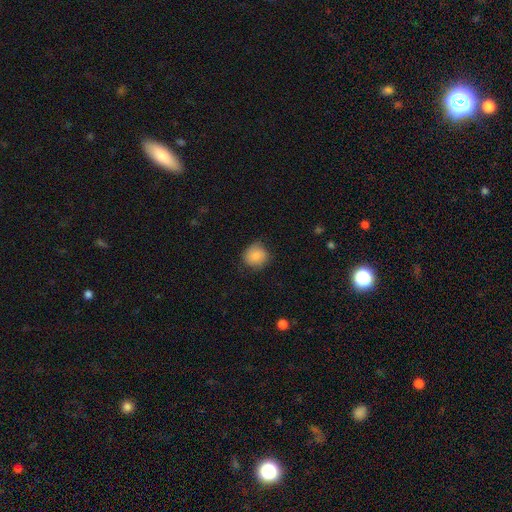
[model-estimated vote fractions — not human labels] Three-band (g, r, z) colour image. It shows a smooth galaxy with no disk features (82%) that is round (83%). Merging: none (73%).